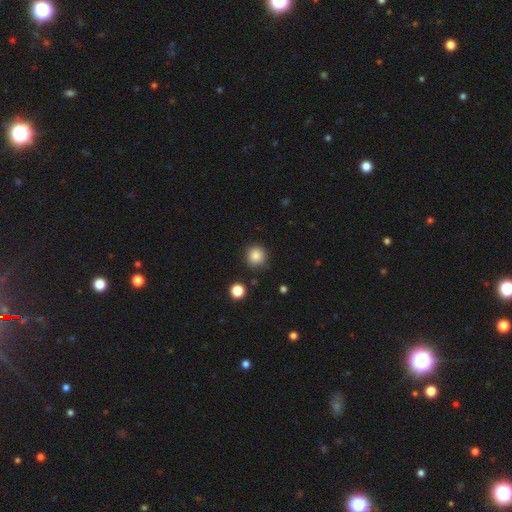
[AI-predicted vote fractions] A smooth galaxy with no disk features (86%) that is round (93%).

Vote fractions:
- Smooth or featured? smooth: 86% / star or artifact: 10% / featured or disk: 4%
- How rounded? round: 93% / in between: 6% / cigar-shaped: 1%
- Merging? none: 87% / minor disturbance: 9% / major disturbance: 2% / merger: 2%